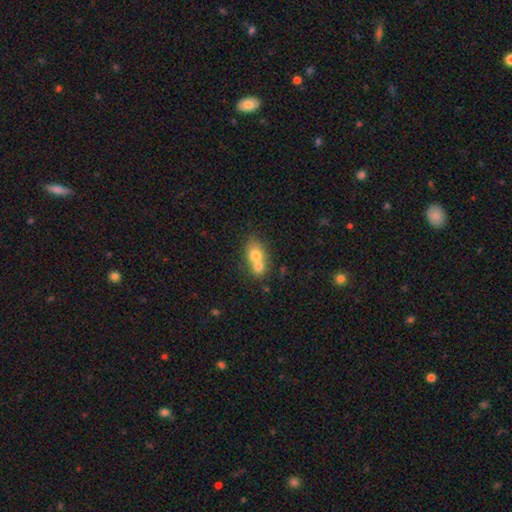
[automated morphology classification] smooth-or-featured: smooth: 71% | featured or disk: 20% | star or artifact: 9%
  how-rounded: in between: 54% | round: 44% | cigar-shaped: 2%
  merging: merger: 66% | none: 24% | minor disturbance: 7% | major disturbance: 3%